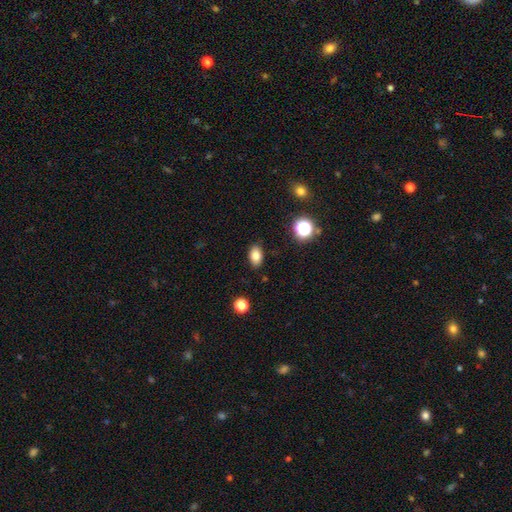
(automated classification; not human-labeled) Q: Smooth or featured?
A: smooth (81%); runner-up: star or artifact (11%)
Q: How rounded?
A: in between (87%); runner-up: round (11%)
Q: Merging?
A: none (87%); runner-up: minor disturbance (9%)